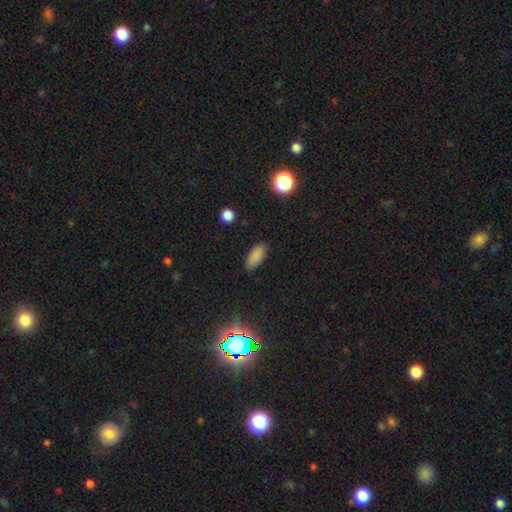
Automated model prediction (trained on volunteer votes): smooth 85%, star or artifact 10%, featured or disk 5%. Down the decision tree: how rounded — in between (87%); merging — none (85%).